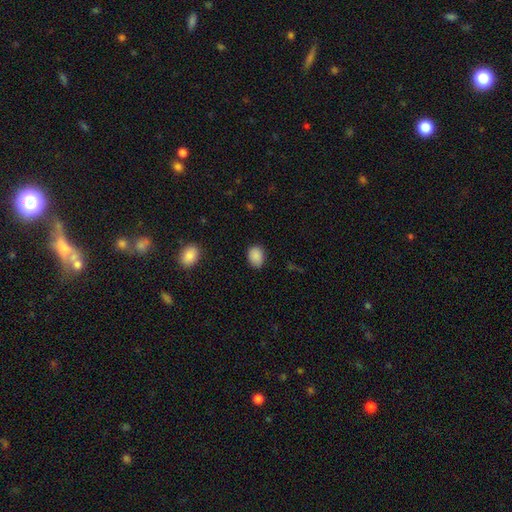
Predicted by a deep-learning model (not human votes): smooth_or_featured: smooth (p=0.88) [alt: star or artifact p=0.08]
how_rounded: in between (p=0.69) [alt: round p=0.30]
merging: none (p=0.81) [alt: minor disturbance p=0.15]